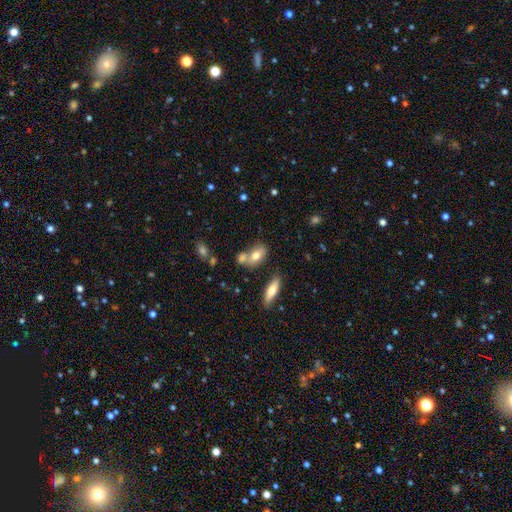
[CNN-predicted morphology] A smooth galaxy with no disk features (74%) that is in between round and cigar-shaped (84%).

Vote fractions:
- Smooth or featured? smooth: 74% / featured or disk: 17% / star or artifact: 9%
- How rounded? in between: 84% / round: 9% / cigar-shaped: 7%
- Merging? none: 45% / merger: 39% / minor disturbance: 12% / major disturbance: 4%